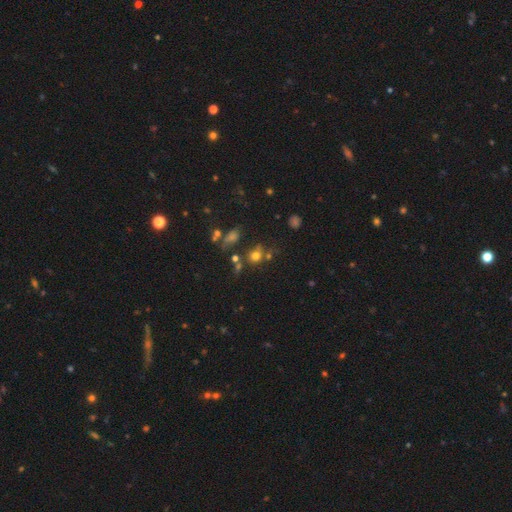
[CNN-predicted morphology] Q: Smooth or featured?
A: smooth (67%); runner-up: star or artifact (22%)
Q: How rounded?
A: round (80%); runner-up: in between (18%)
Q: Merging?
A: none (60%); runner-up: merger (18%)